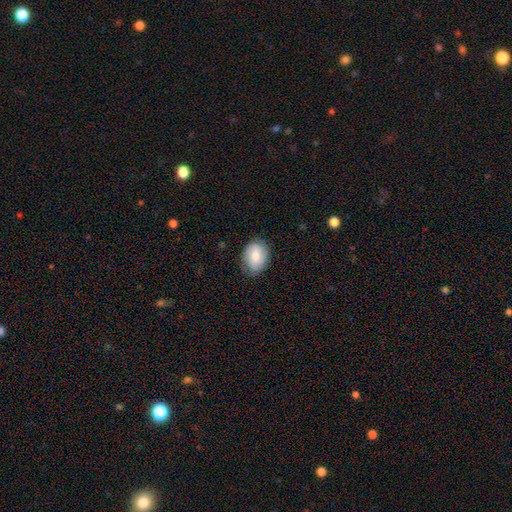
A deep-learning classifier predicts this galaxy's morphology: Smooth or featured?
  - smooth: 76% *
  - featured or disk: 17%
  - star or artifact: 7%
How rounded?
  - in between: 77% *
  - round: 22%
  - cigar-shaped: 1%
Merging?
  - none: 79% *
  - minor disturbance: 16%
  - major disturbance: 3%
  - merger: 1%